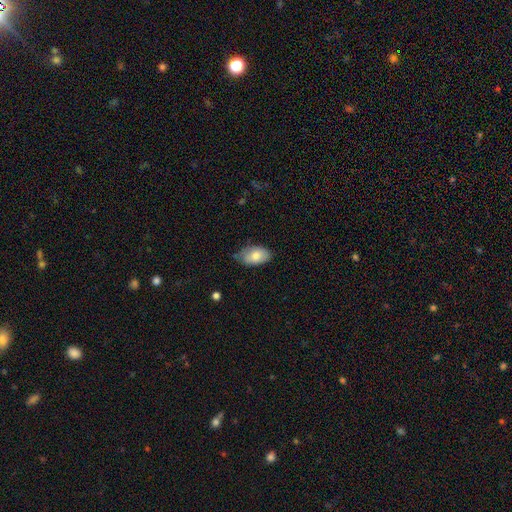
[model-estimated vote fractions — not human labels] The model was most divided on "merging": none: 64%, minor disturbance: 30%, major disturbance: 5%, merger: 1%. More confident: how rounded — in between (93%); smooth or featured — smooth (77%).